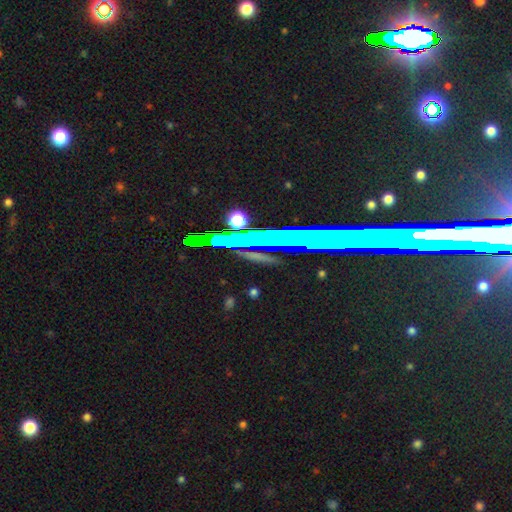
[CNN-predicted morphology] smooth-or-featured: star or artifact: 65% | featured or disk: 18% | smooth: 17%